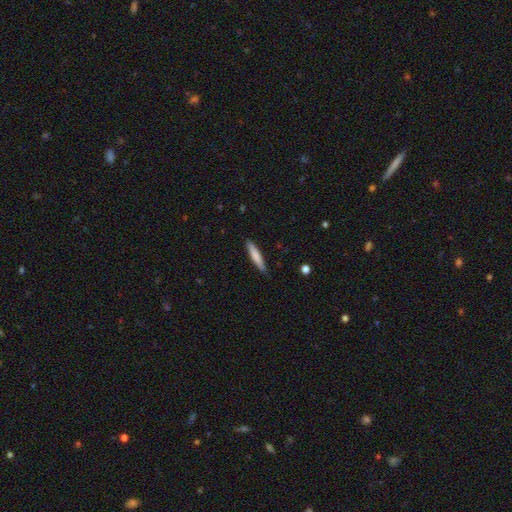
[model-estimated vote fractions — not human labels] smooth 73%, featured or disk 22%, star or artifact 5%. Down the decision tree: how rounded — cigar-shaped (92%); merging — none (86%).